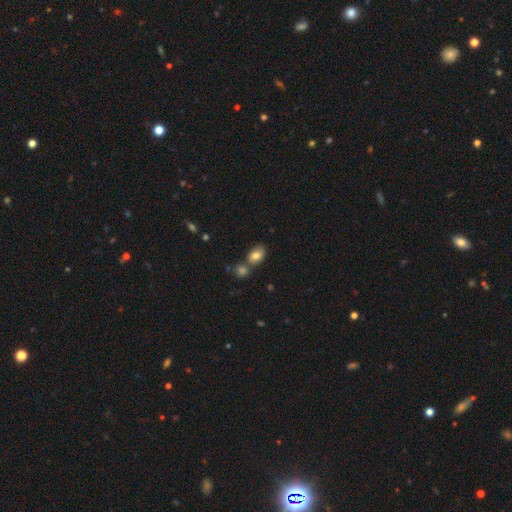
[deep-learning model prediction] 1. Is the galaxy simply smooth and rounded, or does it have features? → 81% smooth, 10% featured or disk, 9% star or artifact.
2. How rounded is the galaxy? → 82% in between, 17% round, 1% cigar-shaped.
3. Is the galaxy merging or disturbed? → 52% none, 33% merger, 11% minor disturbance, 3% major disturbance.